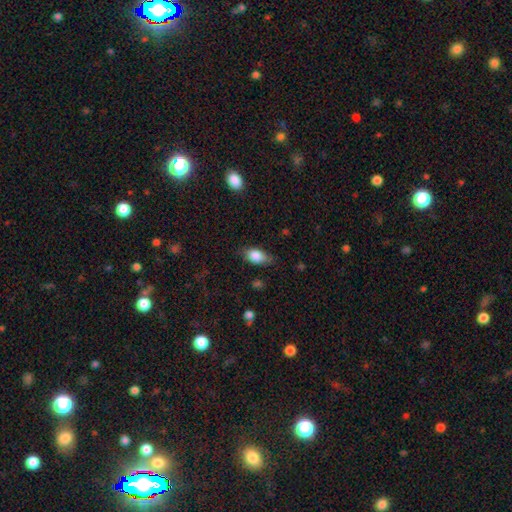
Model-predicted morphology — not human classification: Smooth or featured?
  - smooth: 81% *
  - featured or disk: 11%
  - star or artifact: 7%
How rounded?
  - in between: 86% *
  - round: 7%
  - cigar-shaped: 7%
Merging?
  - none: 74% *
  - minor disturbance: 20%
  - major disturbance: 4%
  - merger: 1%